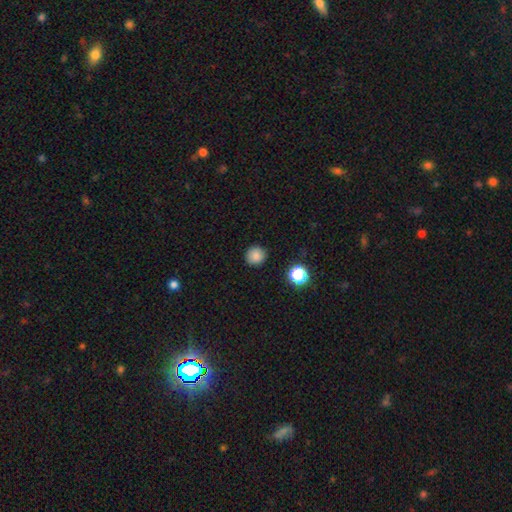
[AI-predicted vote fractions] smooth-or-featured: smooth: 83% | star or artifact: 12% | featured or disk: 5%
  how-rounded: round: 92% | in between: 7% | cigar-shaped: 1%
  merging: none: 89% | minor disturbance: 8% | major disturbance: 2% | merger: 1%